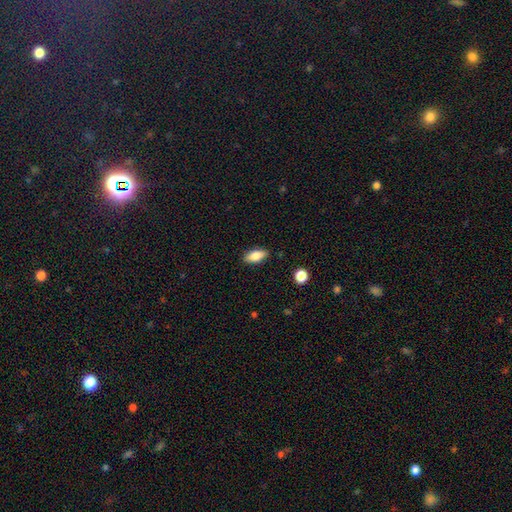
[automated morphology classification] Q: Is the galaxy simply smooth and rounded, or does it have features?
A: smooth — 78%.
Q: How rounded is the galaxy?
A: in between — 84%.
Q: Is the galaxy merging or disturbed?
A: none — 87%.